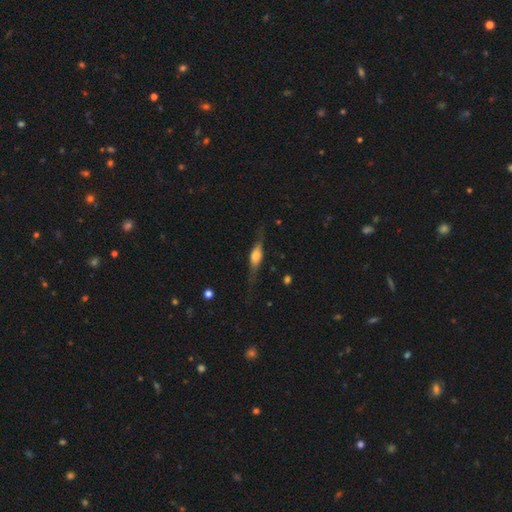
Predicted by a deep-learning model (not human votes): smooth-or-featured: featured or disk: 60% | smooth: 34% | star or artifact: 7%
  disk-edge-on: yes: 92% | no: 8%
    edge-on-bulge: rounded: 84% | boxy: 13% | none: 3%
  merging: none: 73% | minor disturbance: 18% | major disturbance: 8% | merger: 2%